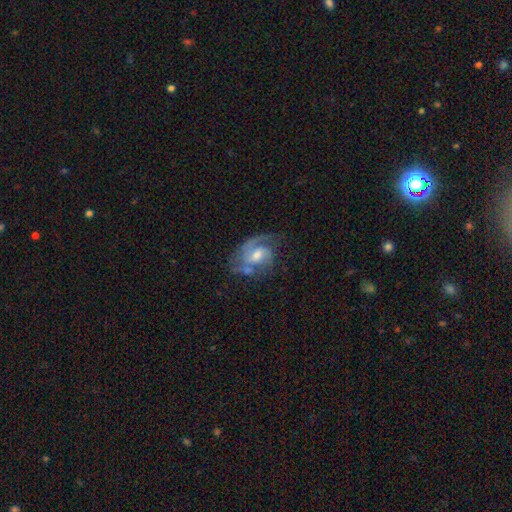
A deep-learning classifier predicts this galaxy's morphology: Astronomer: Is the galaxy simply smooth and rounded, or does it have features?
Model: featured or disk — 82%.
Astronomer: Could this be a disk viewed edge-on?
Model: no — 97%.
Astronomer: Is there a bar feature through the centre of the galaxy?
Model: weak — 49% (runner-up: no, 41%).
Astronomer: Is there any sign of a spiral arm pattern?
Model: yes — 94%.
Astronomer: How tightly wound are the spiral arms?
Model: medium — 48% (runner-up: tight, 33%).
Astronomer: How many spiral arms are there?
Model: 2 — 54%.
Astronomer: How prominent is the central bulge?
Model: moderate — 61%.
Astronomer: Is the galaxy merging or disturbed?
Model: none — 53%.